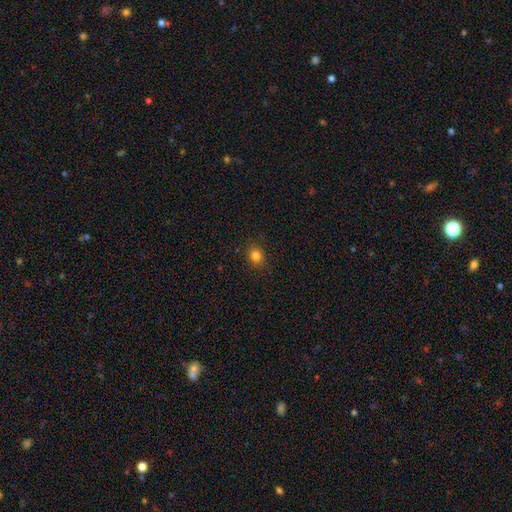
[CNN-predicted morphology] Q: Smooth or featured?
A: smooth (82%); runner-up: star or artifact (13%)
Q: How rounded?
A: round (65%); runner-up: in between (34%)
Q: Merging?
A: none (89%); runner-up: minor disturbance (8%)